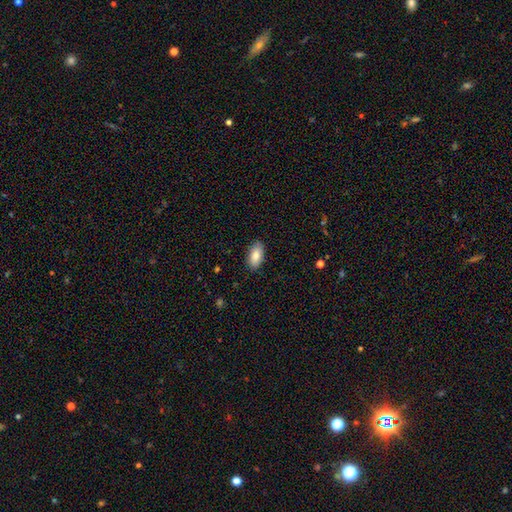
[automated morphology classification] Smooth or featured? Predicted: smooth (p=0.83). How rounded? Predicted: in between (p=0.93). Merging? Predicted: none (p=0.88).